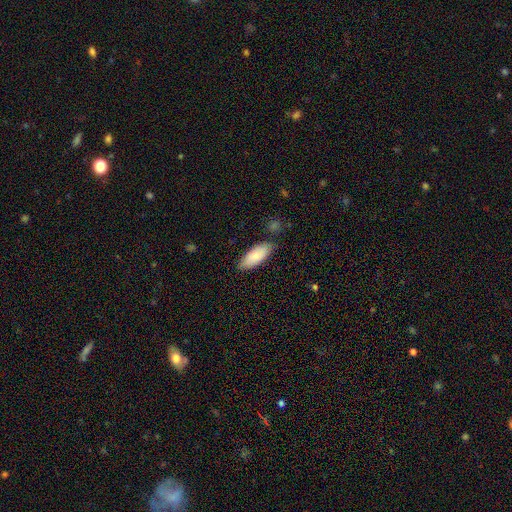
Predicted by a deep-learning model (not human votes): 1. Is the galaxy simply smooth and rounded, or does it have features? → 83% smooth, 11% featured or disk, 6% star or artifact.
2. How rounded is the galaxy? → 82% in between, 16% cigar-shaped, 2% round.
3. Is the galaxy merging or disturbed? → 80% none, 15% minor disturbance, 3% major disturbance, 3% merger.